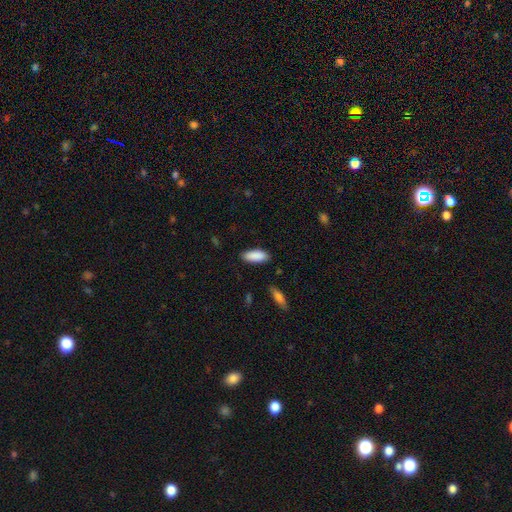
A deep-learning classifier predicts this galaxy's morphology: Smooth or featured? Predicted: smooth (p=0.89). How rounded? Predicted: in between (p=0.79). Merging? Predicted: none (p=0.86).